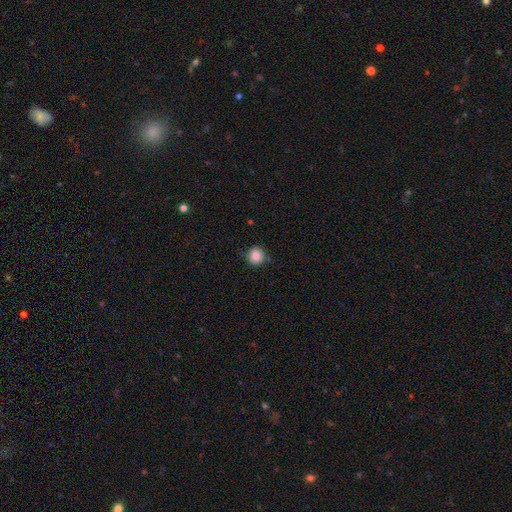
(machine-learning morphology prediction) This appears to be a smooth galaxy with no disk features (86%) that is round (91%). Merging: none (87%).